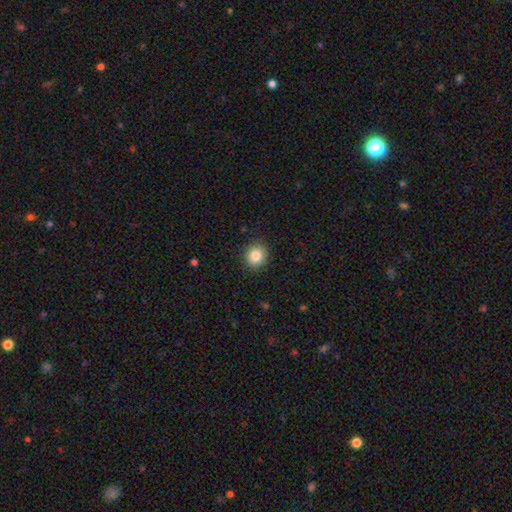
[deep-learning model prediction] Overall: smooth (84%). How rounded: round (83%). Merging: none (90%).